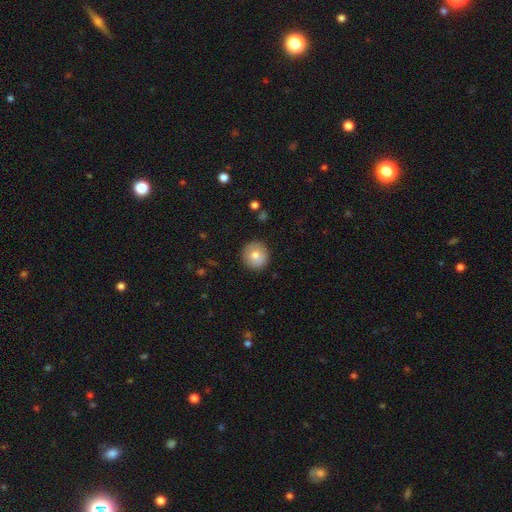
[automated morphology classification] smooth 79%, featured or disk 13%, star or artifact 8%. Down the decision tree: how rounded — round (94%); merging — none (90%).